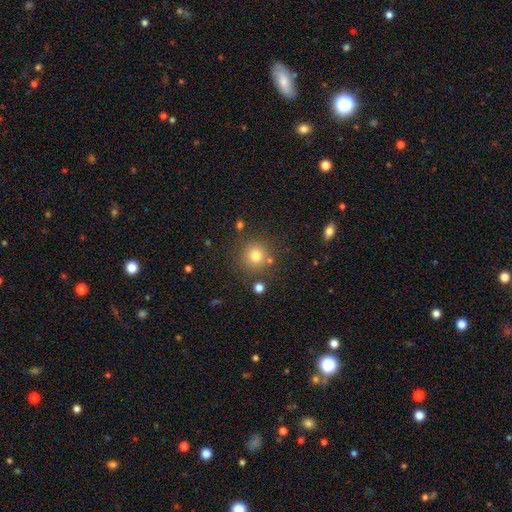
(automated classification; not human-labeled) A smooth galaxy with no disk features (77%) that is round (94%). Merging: none (82%).